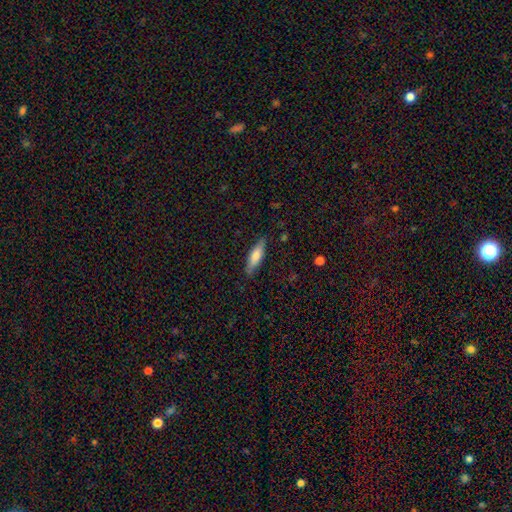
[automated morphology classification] This appears to be a smooth galaxy with no disk features (68%) that is cigar-shaped (62%). Merging: none (85%).